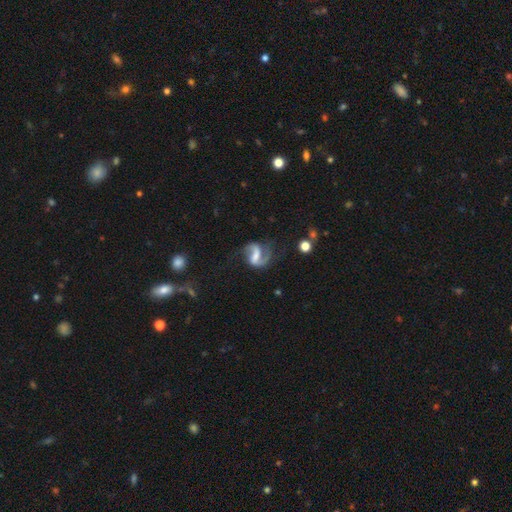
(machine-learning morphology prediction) This is clearly a featured or disk galaxy (86%). It is clearly not viewed edge-on (98%). Bar: possibly strong (46%). Spiral arm pattern: clearly yes (95%). Spiral arm count: clearly 2 (87%). Spiral winding: possibly loose (47%). Central bulge: marginally moderate (32%, tied with small). Merging: likely none (63%).